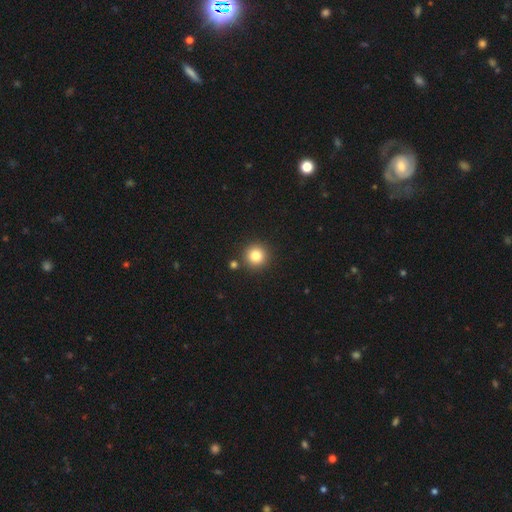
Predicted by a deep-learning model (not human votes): This is clearly a smooth galaxy (83%). How rounded: clearly round (95%). Merging: clearly none (87%).